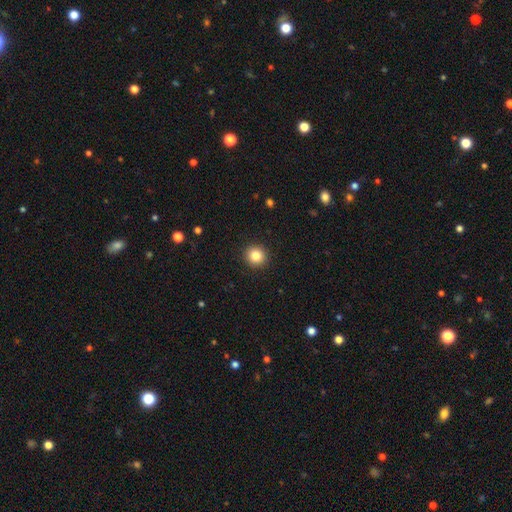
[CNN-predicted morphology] Smooth or featured? smooth (84%)
How rounded? round (92%)
Merging? none (93%)